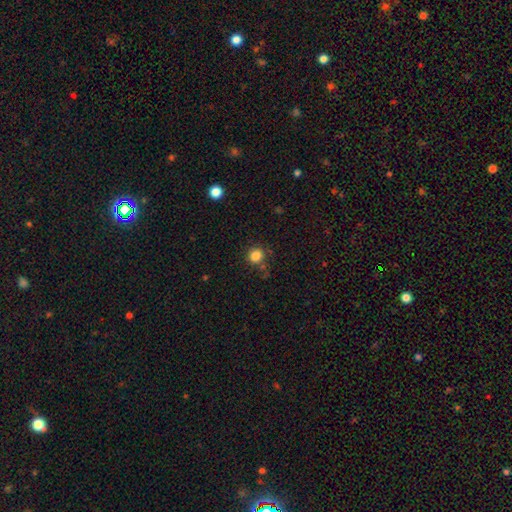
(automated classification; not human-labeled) smooth 83%, star or artifact 12%, featured or disk 5%. Down the decision tree: how rounded — round (91%); merging — none (80%).